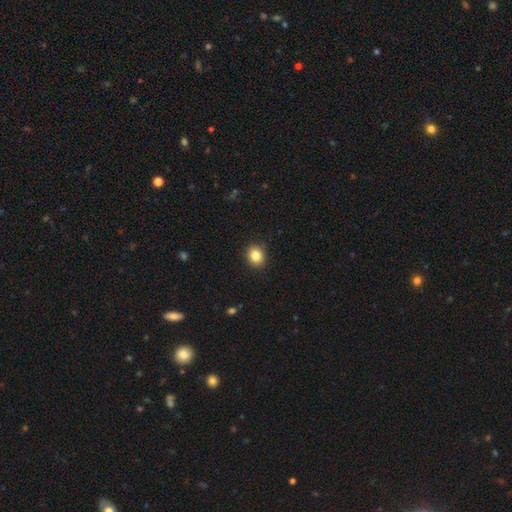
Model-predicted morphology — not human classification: Q: Smooth or featured?
A: smooth (84%); runner-up: star or artifact (10%)
Q: How rounded?
A: round (65%); runner-up: in between (34%)
Q: Merging?
A: none (90%); runner-up: minor disturbance (8%)